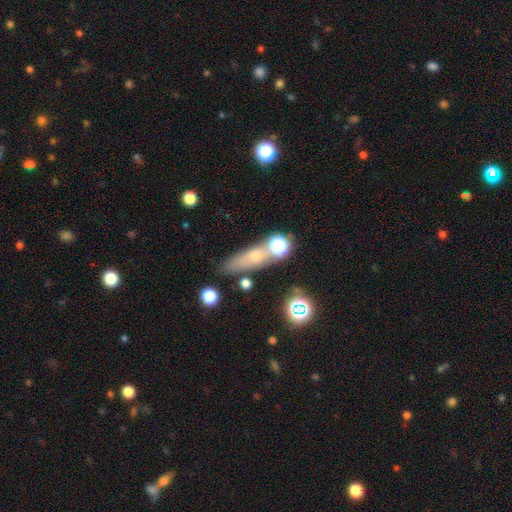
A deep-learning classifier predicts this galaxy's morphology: smooth_or_featured: smooth (p=0.52) [alt: featured or disk p=0.30]
how_rounded: cigar-shaped (p=0.55) [alt: in between p=0.34]
merging: none (p=0.64) [alt: merger p=0.15]